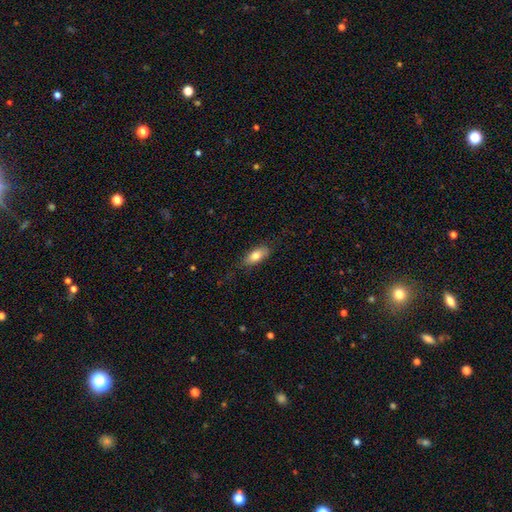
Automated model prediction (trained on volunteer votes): This is likely a smooth galaxy (77%). How rounded: clearly in between (84%). Merging: likely none (76%).